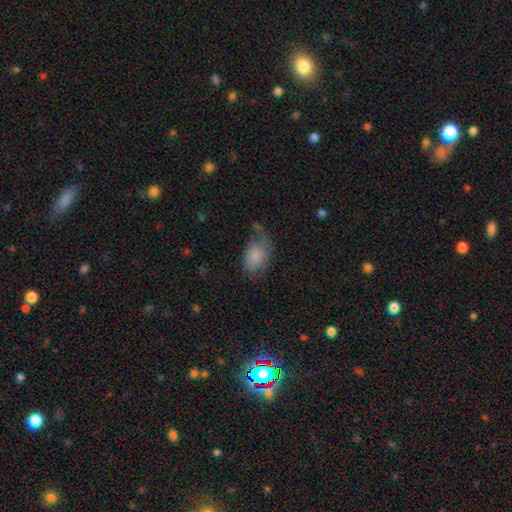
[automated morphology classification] smooth-or-featured: smooth: 77% | featured or disk: 15% | star or artifact: 8%
  how-rounded: in between: 88% | round: 11% | cigar-shaped: 1%
  merging: none: 43% | minor disturbance: 33% | major disturbance: 19% | merger: 5%